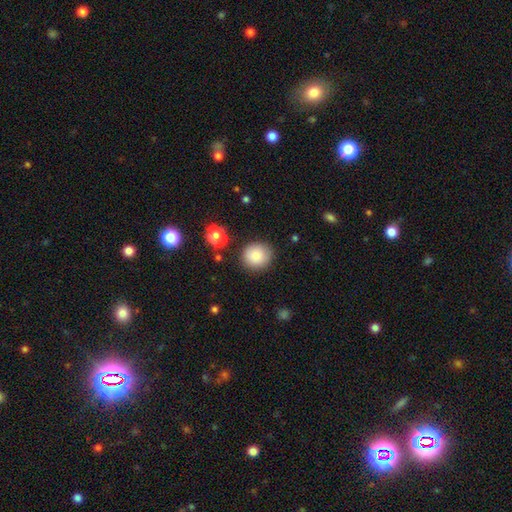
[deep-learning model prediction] A smooth galaxy with no disk features (85%) that is round (86%). Merging: none (85%).